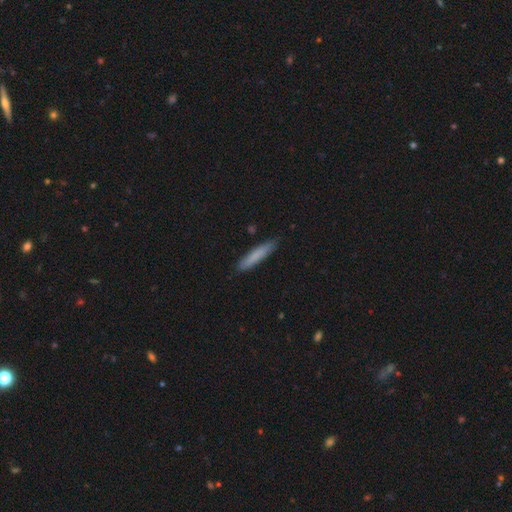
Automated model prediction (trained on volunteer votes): Smooth or featured? smooth (79%)
How rounded? cigar-shaped (92%)
Merging? none (87%)